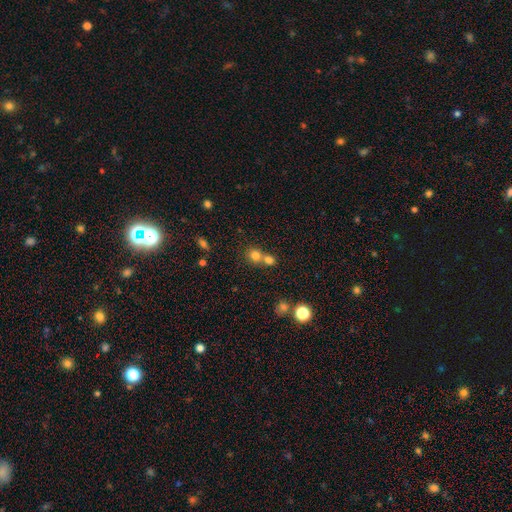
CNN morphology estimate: Overall: smooth (77%). How rounded: round (81%). Merging: merger (52%; none 40%).